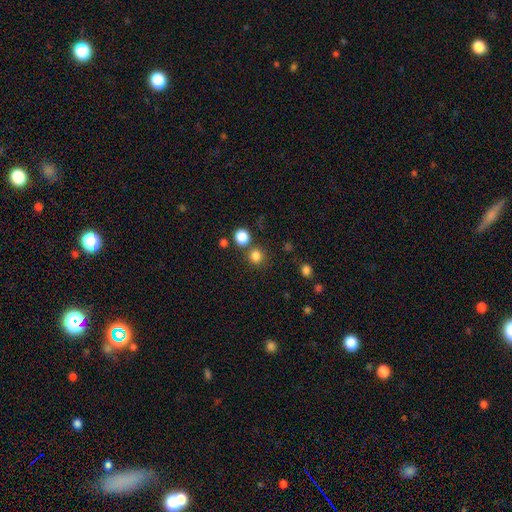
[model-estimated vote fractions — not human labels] Smooth or featured?
  - smooth: 80% *
  - star or artifact: 15%
  - featured or disk: 5%
How rounded?
  - round: 88% *
  - in between: 11%
  - cigar-shaped: 1%
Merging?
  - none: 75% *
  - merger: 14%
  - minor disturbance: 8%
  - major disturbance: 3%